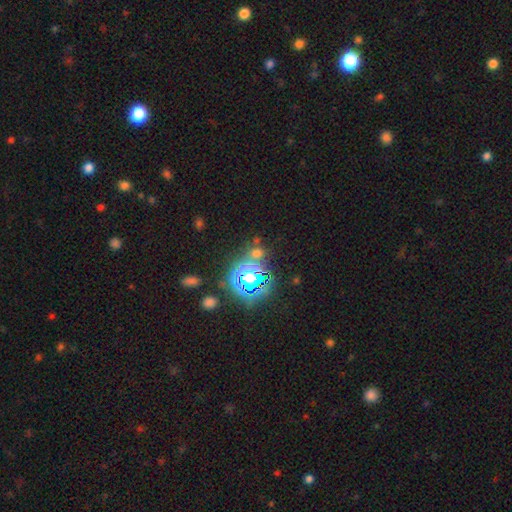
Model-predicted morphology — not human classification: Smooth or featured? Predicted: star or artifact (p=0.72).